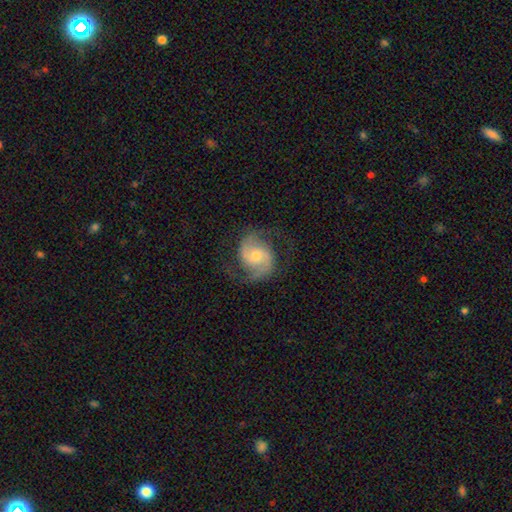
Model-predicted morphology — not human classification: Overall: featured or disk (86%). Edge-on disk: no (98%). Bar: no (56%; weak 36%). Spiral arms: yes (97%). Spiral arm count: 2 (90%). Spiral winding: medium (54%; loose 25%). Bulge size: moderate (54%; small 40%). Merging: none (74%).